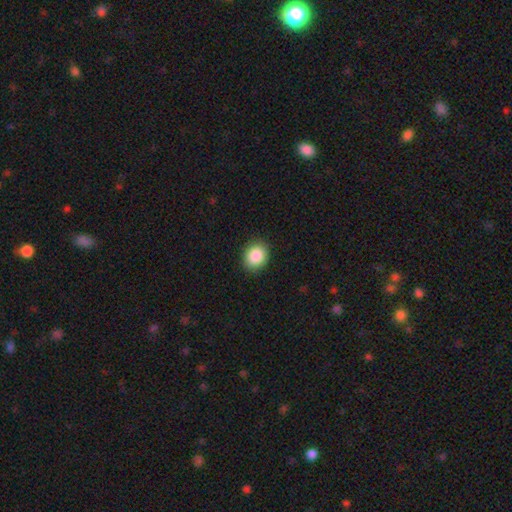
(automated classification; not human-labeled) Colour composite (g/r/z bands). It shows a smooth galaxy with no disk features (88%) that is round (57%). Merging: none (89%).